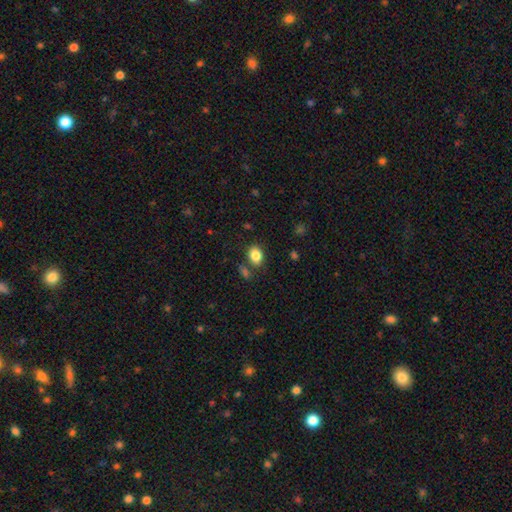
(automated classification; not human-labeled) A smooth galaxy with no disk features (84%) that is in between round and cigar-shaped (71%). Merging: none (75%).